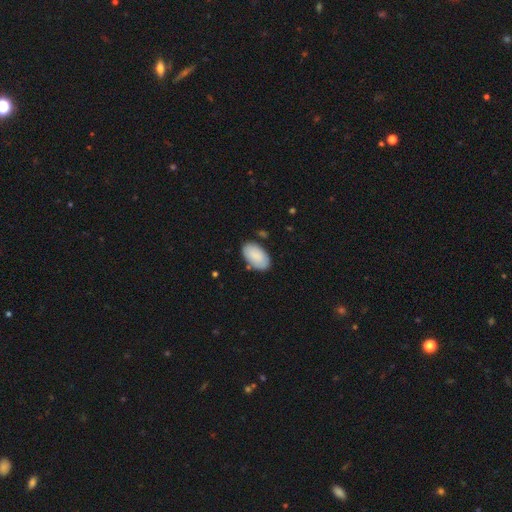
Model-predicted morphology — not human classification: A smooth galaxy with no disk features (85%) that is in between round and cigar-shaped (95%).

Vote fractions:
- Smooth or featured? smooth: 85% / featured or disk: 10% / star or artifact: 6%
- How rounded? in between: 95% / round: 4% / cigar-shaped: 1%
- Merging? none: 79% / minor disturbance: 14% / merger: 4% / major disturbance: 3%